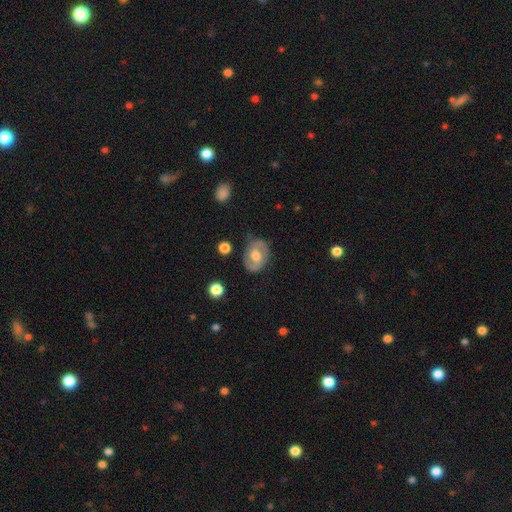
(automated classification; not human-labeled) smooth_or_featured: featured or disk (p=0.59) [alt: smooth p=0.34]
disk_edge_on: no (p=0.95) [alt: yes p=0.05]
bar: no (p=0.50) [alt: weak p=0.38]
has_spiral_arms: yes (p=0.64) [alt: no p=0.36]
bulge_size: moderate (p=0.62) [alt: large p=0.25]
merging: none (p=0.73) [alt: minor disturbance p=0.18]